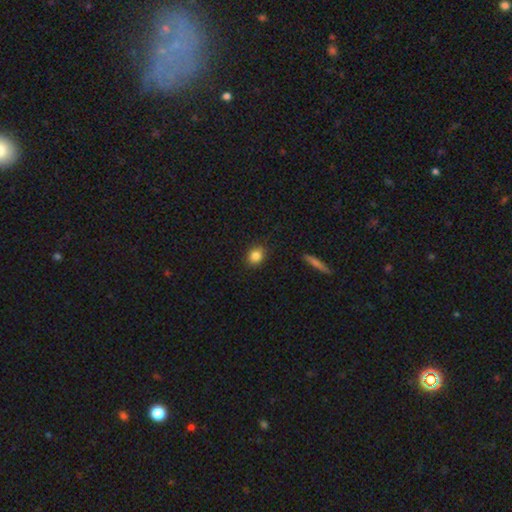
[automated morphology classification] Q: Smooth or featured?
A: smooth (84%); runner-up: star or artifact (9%)
Q: How rounded?
A: round (67%); runner-up: in between (31%)
Q: Merging?
A: none (88%); runner-up: minor disturbance (8%)